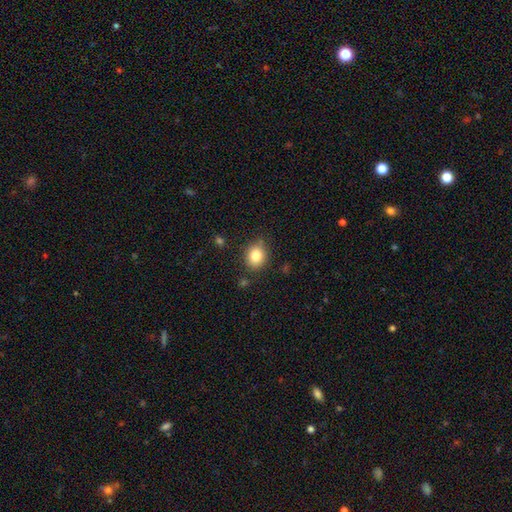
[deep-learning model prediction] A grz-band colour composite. It shows a smooth galaxy with no disk features (83%) that is round (55%). Merging: none (81%).